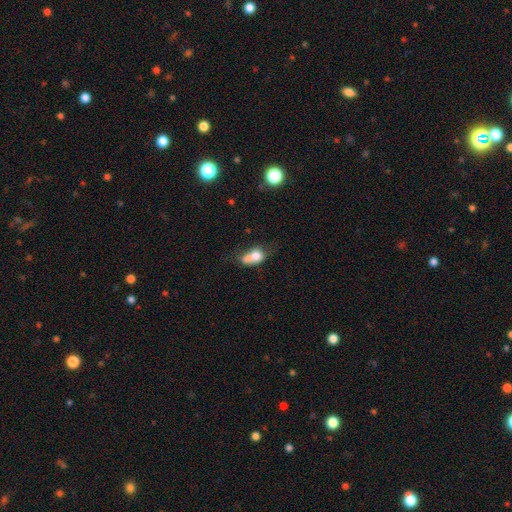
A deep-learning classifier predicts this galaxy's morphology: Smooth or featured?
  - smooth: 70% *
  - featured or disk: 20%
  - star or artifact: 10%
How rounded?
  - in between: 77% *
  - round: 17%
  - cigar-shaped: 5%
Merging?
  - minor disturbance: 28% *
  - major disturbance: 25%
  - none: 24%
  - merger: 23%